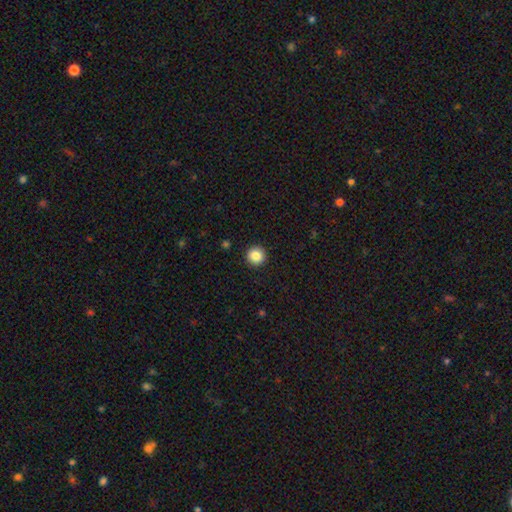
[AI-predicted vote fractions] Smooth or featured: smooth — 86% (star or artifact — 10%)
How rounded: round — 95% (in between — 4%)
Merging: none — 93% (minor disturbance — 4%)